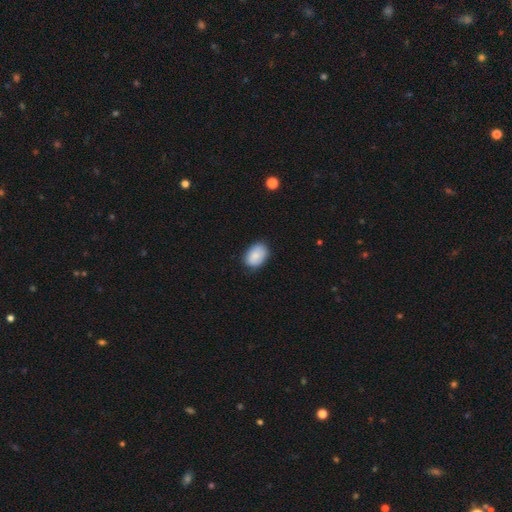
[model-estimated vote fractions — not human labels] This is clearly a smooth galaxy (85%). How rounded: clearly in between (81%). Merging: clearly none (81%).